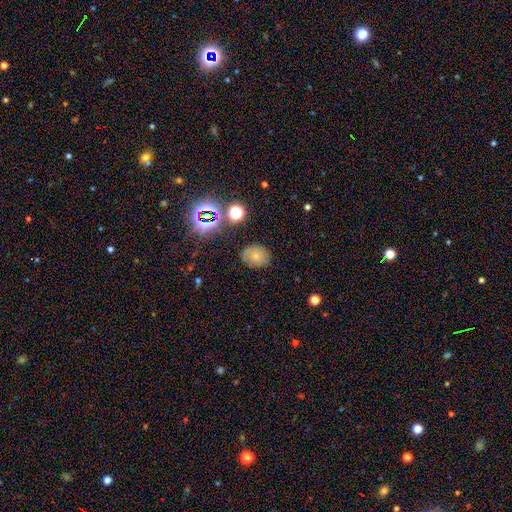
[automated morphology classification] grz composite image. It shows a smooth galaxy with no disk features (55%) that is round (56%). Merging: none (76%).